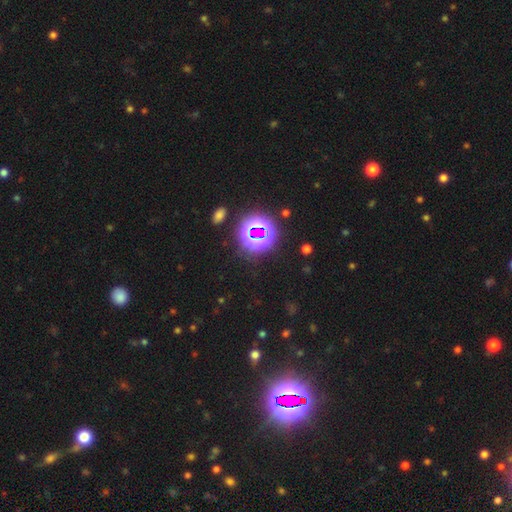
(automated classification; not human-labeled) smooth-or-featured: star or artifact: 85% | smooth: 9% | featured or disk: 6%